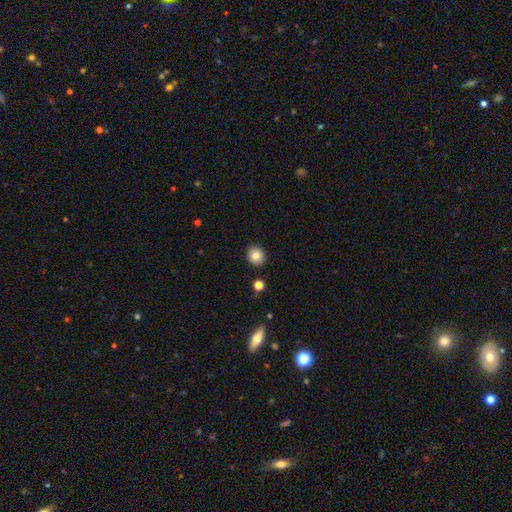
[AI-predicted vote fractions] Smooth or featured? smooth (83%)
How rounded? round (78%)
Merging? none (91%)